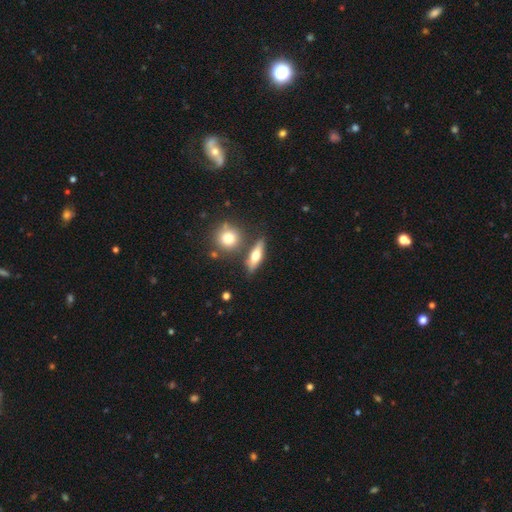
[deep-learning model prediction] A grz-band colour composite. It shows a smooth galaxy with no disk features (53%) that is cigar-shaped (51%). Merging: none (76%).